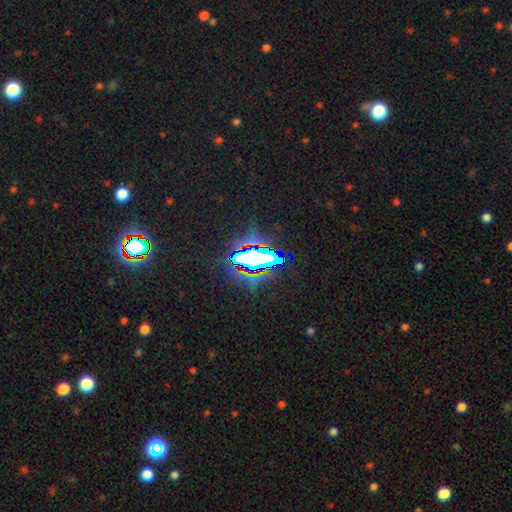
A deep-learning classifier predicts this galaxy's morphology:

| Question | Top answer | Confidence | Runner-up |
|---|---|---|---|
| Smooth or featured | star or artifact | 64% | smooth (19%) |